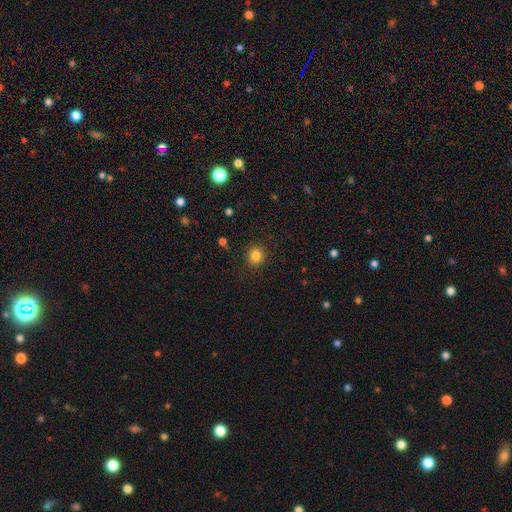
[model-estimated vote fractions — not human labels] Smooth or featured? Predicted: smooth (p=0.83). How rounded? Predicted: round (p=0.87). Merging? Predicted: none (p=0.89).